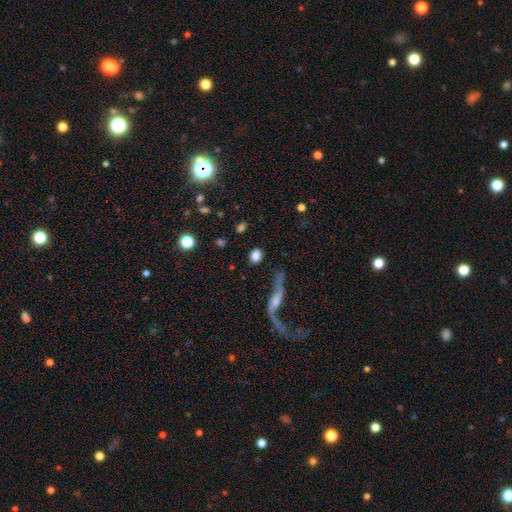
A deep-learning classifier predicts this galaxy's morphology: The model was most divided on "how rounded": round: 62%, in between: 33%, cigar-shaped: 5%. More confident: smooth or featured — smooth (82%); merging — none (80%).